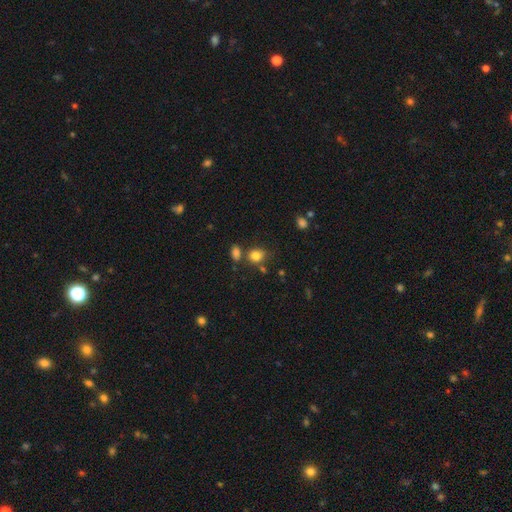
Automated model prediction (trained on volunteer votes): Smooth or featured? smooth (81%)
How rounded? round (55%)
Merging? none (63%)